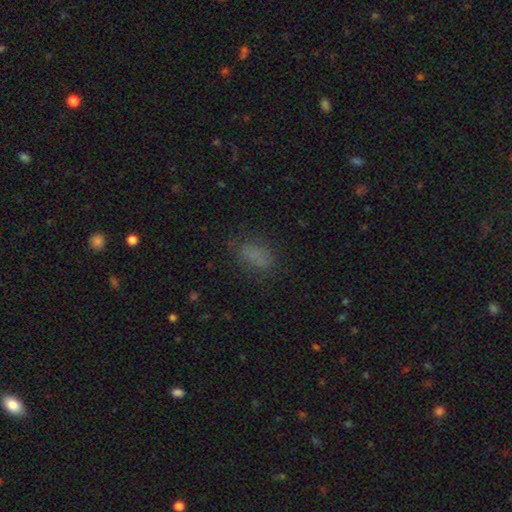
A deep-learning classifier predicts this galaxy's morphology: Smooth or featured: smooth — 76% (star or artifact — 15%)
How rounded: in between — 84% (round — 10%)
Merging: none — 72% (minor disturbance — 17%)